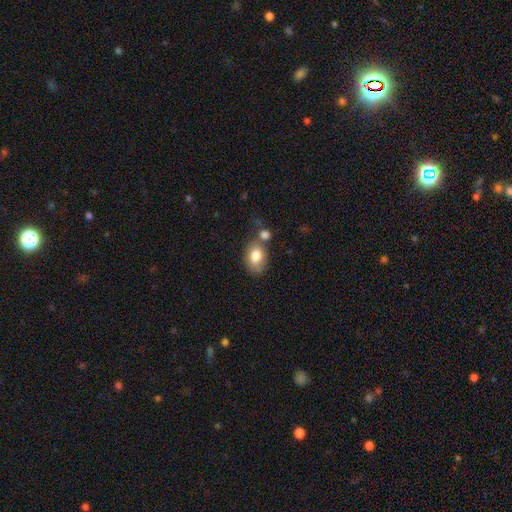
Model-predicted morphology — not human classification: This is clearly a smooth galaxy (81%). How rounded: likely in between (78%). Merging: possibly none (51%).